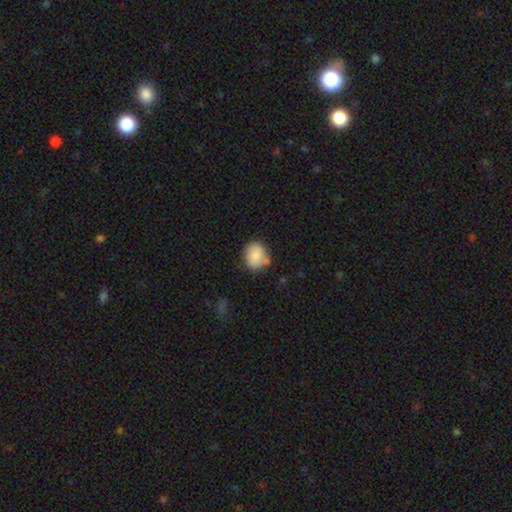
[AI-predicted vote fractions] smooth_or_featured: smooth (p=0.82) [alt: featured or disk p=0.10]
how_rounded: round (p=0.69) [alt: in between p=0.30]
merging: none (p=0.63) [alt: minor disturbance p=0.25]